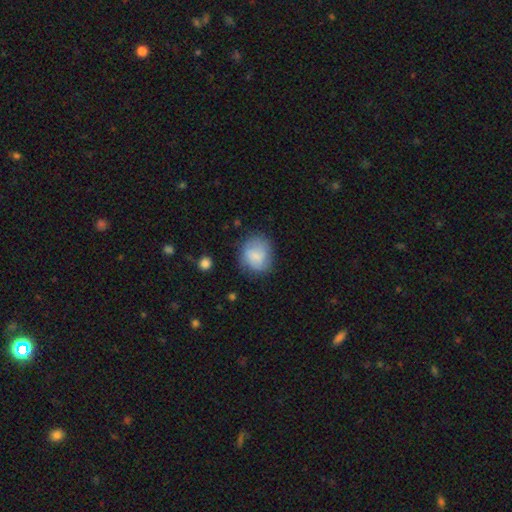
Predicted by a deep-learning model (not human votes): Morphology: type=smooth (72%); roundness=round (69%); merging=none (72%).